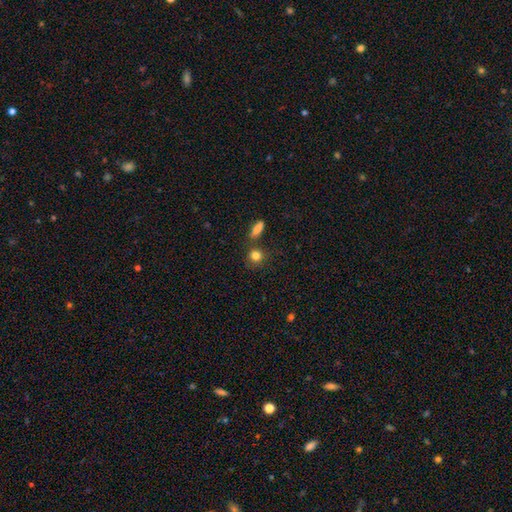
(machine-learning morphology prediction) The model was most divided on "merging": none: 75%, merger: 11%, minor disturbance: 11%, major disturbance: 3%. More confident: smooth or featured — smooth (83%); how rounded — round (82%).